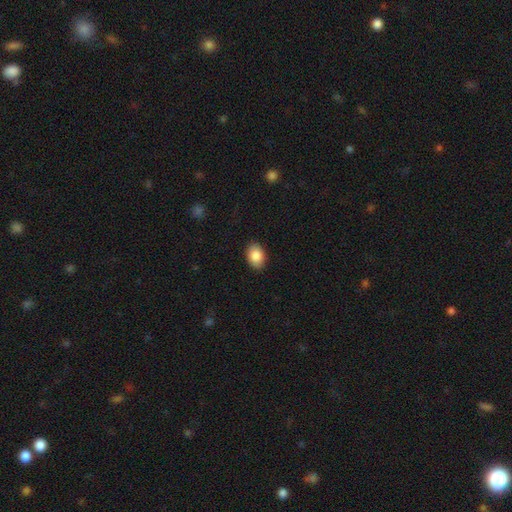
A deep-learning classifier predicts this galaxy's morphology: This is clearly a smooth galaxy (86%). How rounded: clearly in between (81%). Merging: clearly none (89%).